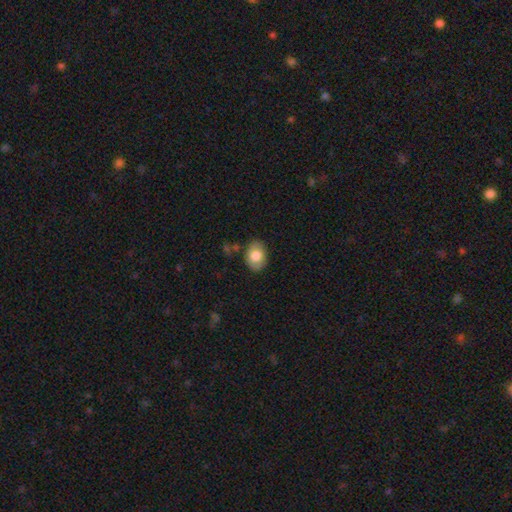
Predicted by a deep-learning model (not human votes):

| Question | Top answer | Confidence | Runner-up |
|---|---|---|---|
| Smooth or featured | smooth | 78% | featured or disk (15%) |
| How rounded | in between | 80% | round (19%) |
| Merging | none | 83% | minor disturbance (12%) |